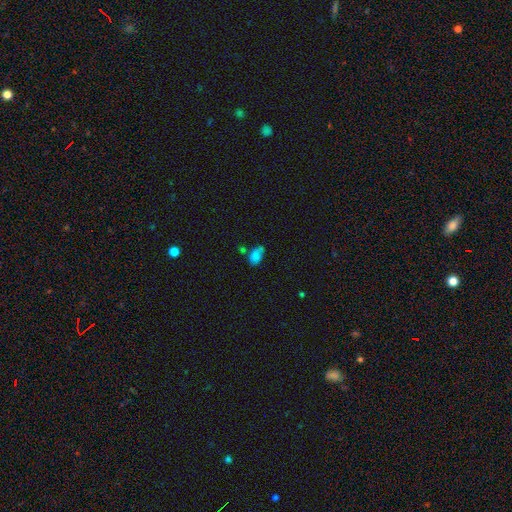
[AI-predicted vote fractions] Smooth or featured? Predicted: smooth (p=0.76). How rounded? Predicted: in between (p=0.88). Merging? Predicted: none (p=0.47).